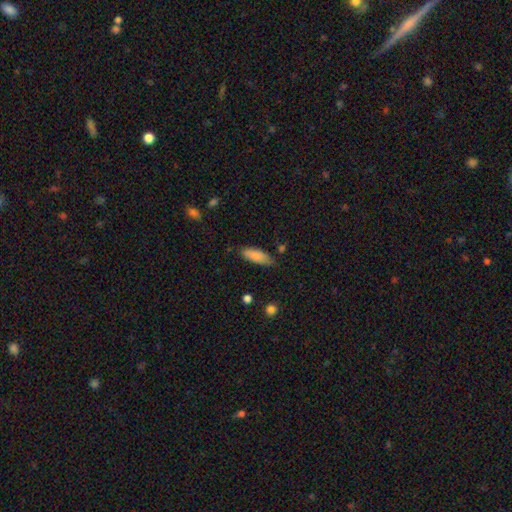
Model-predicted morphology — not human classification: A smooth galaxy with no disk features (85%) that is in between round and cigar-shaped (66%).

Vote fractions:
- Smooth or featured? smooth: 85% / featured or disk: 9% / star or artifact: 7%
- How rounded? in between: 66% / cigar-shaped: 33% / round: 2%
- Merging? none: 76% / minor disturbance: 19% / major disturbance: 3% / merger: 2%